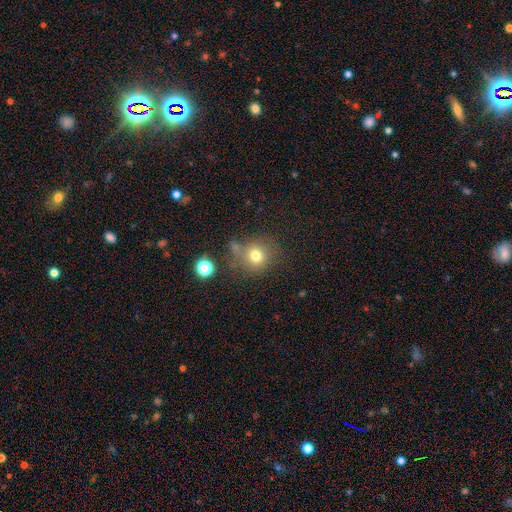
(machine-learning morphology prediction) A smooth galaxy with no disk features (75%) that is round (85%).

Vote fractions:
- Smooth or featured? smooth: 75% / star or artifact: 16% / featured or disk: 10%
- How rounded? round: 85% / in between: 14% / cigar-shaped: 1%
- Merging? none: 68% / minor disturbance: 15% / merger: 10% / major disturbance: 7%